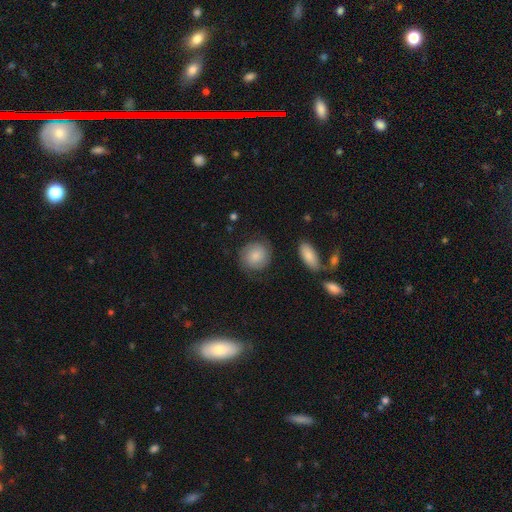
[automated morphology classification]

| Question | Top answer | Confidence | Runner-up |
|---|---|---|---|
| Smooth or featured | smooth | 59% | featured or disk (33%) |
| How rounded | round | 83% | in between (16%) |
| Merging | none | 77% | minor disturbance (15%) |